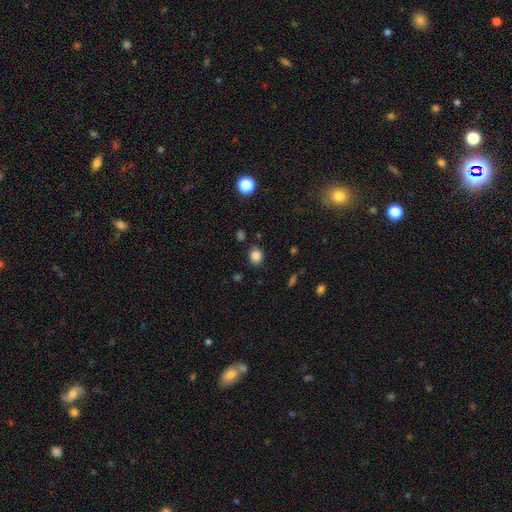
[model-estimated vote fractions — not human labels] smooth-or-featured: smooth: 84% | star or artifact: 11% | featured or disk: 5%
  how-rounded: round: 67% | in between: 32% | cigar-shaped: 1%
  merging: none: 84% | minor disturbance: 10% | merger: 3% | major disturbance: 3%